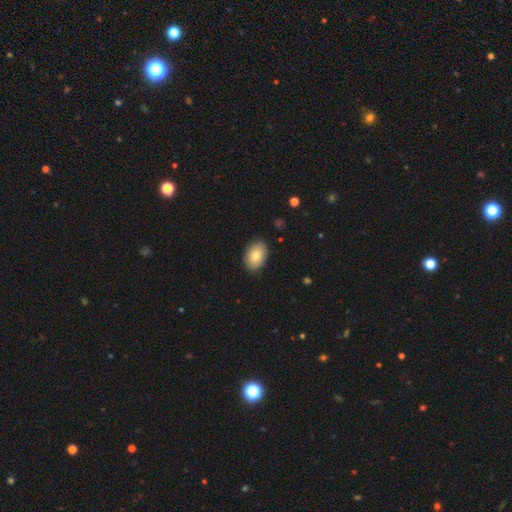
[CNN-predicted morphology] smooth-or-featured: smooth: 81% | featured or disk: 12% | star or artifact: 7%
  how-rounded: in between: 86% | round: 13% | cigar-shaped: 1%
  merging: none: 88% | minor disturbance: 9% | major disturbance: 2% | merger: 1%